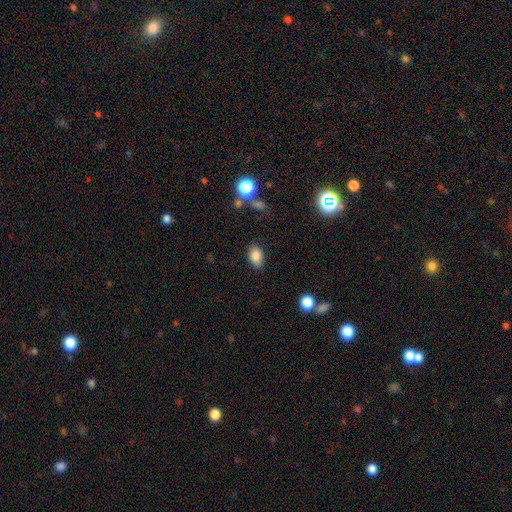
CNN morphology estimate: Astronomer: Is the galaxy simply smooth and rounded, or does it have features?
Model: smooth — 85%.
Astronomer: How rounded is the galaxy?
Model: in between — 87%.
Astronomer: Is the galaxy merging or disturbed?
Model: none — 83%.